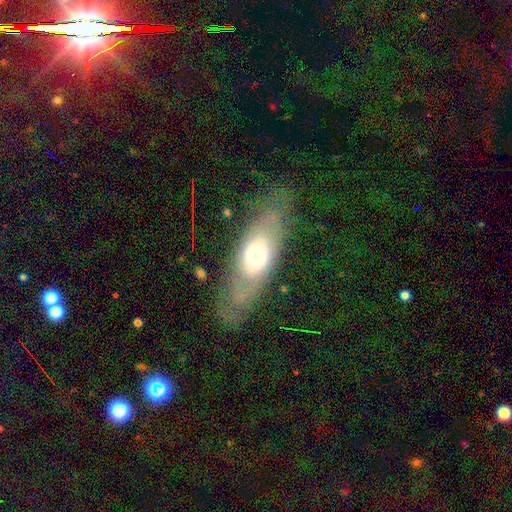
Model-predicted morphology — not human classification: The model was most divided on "smooth or featured": featured or disk: 56%, smooth: 37%, star or artifact: 7%. More confident: edge-on disk — no (76%); merging — none (74%).